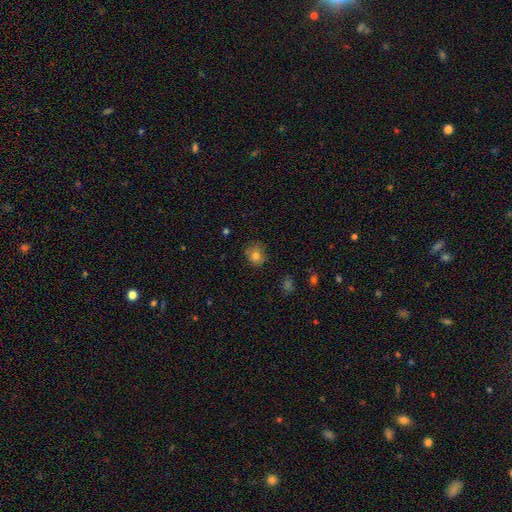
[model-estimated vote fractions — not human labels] This is likely a smooth galaxy (78%). How rounded: likely round (79%). Merging: likely none (76%).